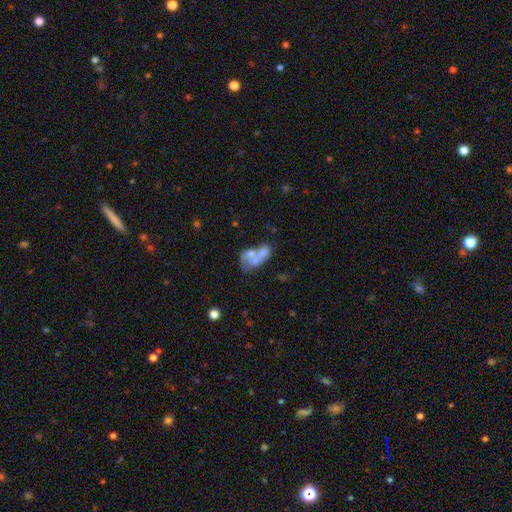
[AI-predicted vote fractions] A smooth galaxy with no disk features (46%). Merging: merger (64%).